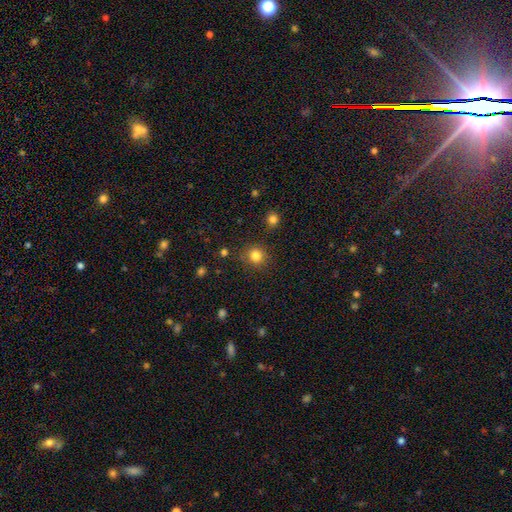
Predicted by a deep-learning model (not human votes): Q: Smooth or featured?
A: smooth (83%); runner-up: star or artifact (12%)
Q: How rounded?
A: round (88%); runner-up: in between (11%)
Q: Merging?
A: none (85%); runner-up: minor disturbance (9%)